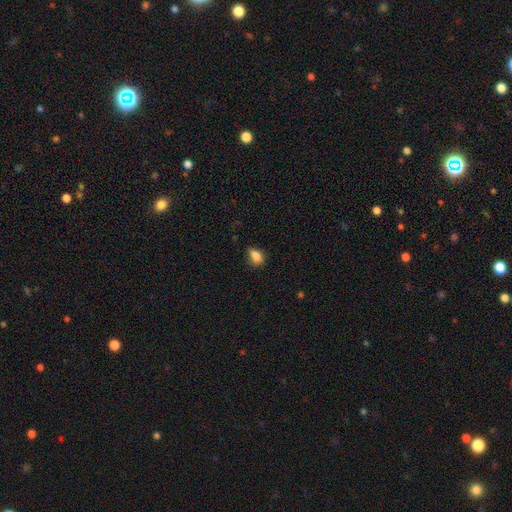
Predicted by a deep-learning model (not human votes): smooth_or_featured: smooth (p=0.84) [alt: star or artifact p=0.09]
how_rounded: in between (p=0.84) [alt: round p=0.11]
merging: none (p=0.64) [alt: minor disturbance p=0.28]